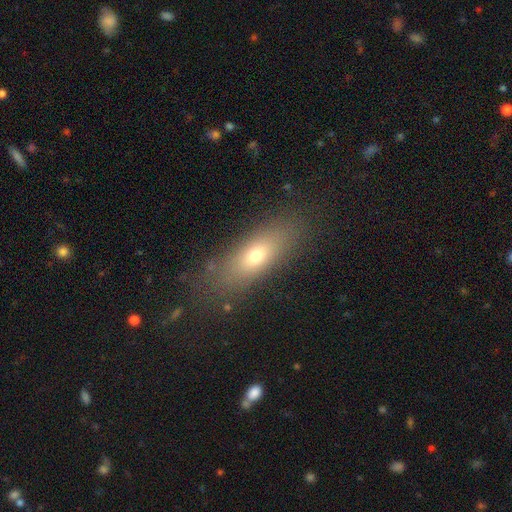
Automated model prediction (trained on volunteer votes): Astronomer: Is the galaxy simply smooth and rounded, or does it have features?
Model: smooth — 65%.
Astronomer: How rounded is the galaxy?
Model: in between — 63%.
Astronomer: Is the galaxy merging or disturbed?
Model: none — 81%.